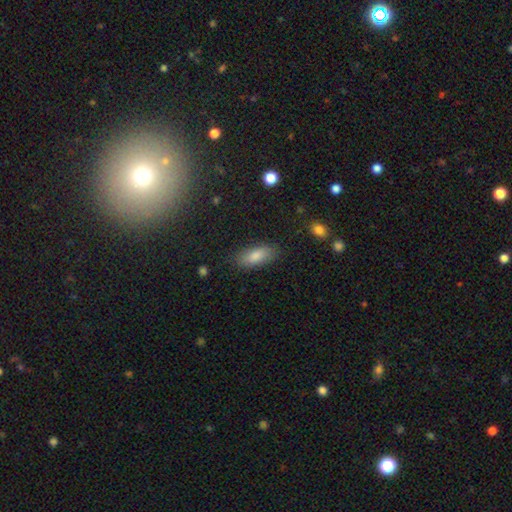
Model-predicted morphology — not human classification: A smooth galaxy with no disk features (81%) that is in between round and cigar-shaped (78%).

Vote fractions:
- Smooth or featured? smooth: 81% / featured or disk: 10% / star or artifact: 9%
- How rounded? in between: 78% / cigar-shaped: 19% / round: 3%
- Merging? none: 85% / minor disturbance: 11% / major disturbance: 3% / merger: 1%